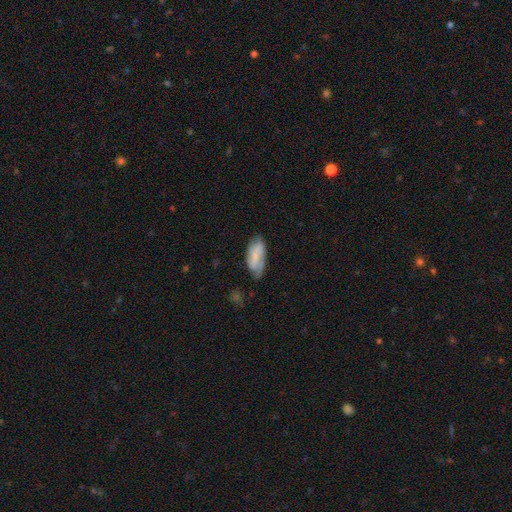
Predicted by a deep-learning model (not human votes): Morphology: type=smooth (58%); roundness=in between (84%); merging=none (53%).